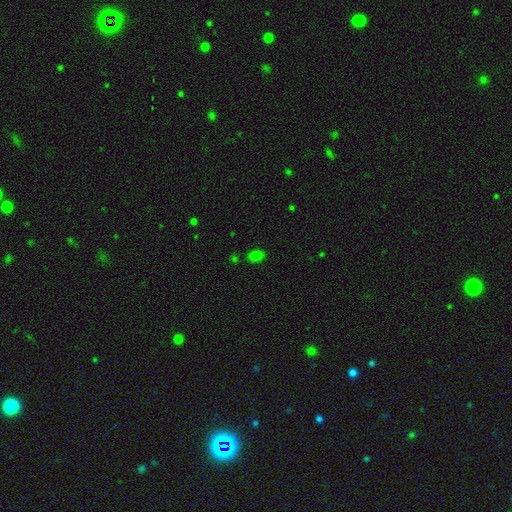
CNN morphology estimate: Q: Smooth or featured?
A: smooth (75%); runner-up: star or artifact (19%)
Q: How rounded?
A: in between (68%); runner-up: round (30%)
Q: Merging?
A: none (82%); runner-up: minor disturbance (11%)